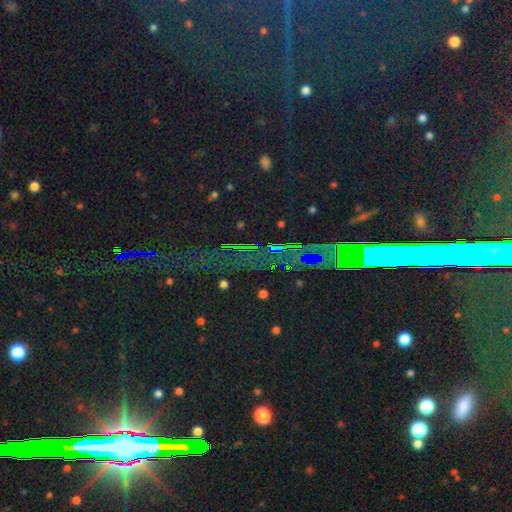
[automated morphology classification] A star or artifact, not a galaxy (86%).

Vote fractions:
- Smooth or featured? star or artifact: 86% / smooth: 7% / featured or disk: 7%